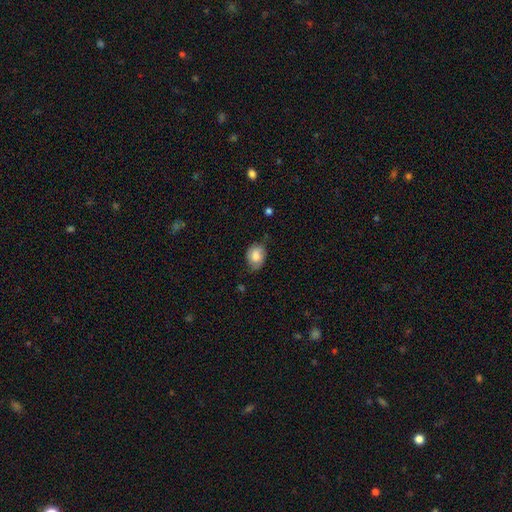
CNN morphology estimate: Overall: smooth (71%). How rounded: in between (64%; round 35%). Merging: none (68%).